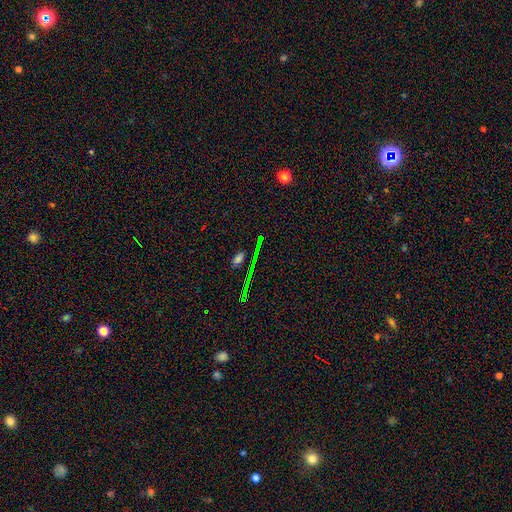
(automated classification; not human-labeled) Overall: star or artifact (57%; smooth 27%).